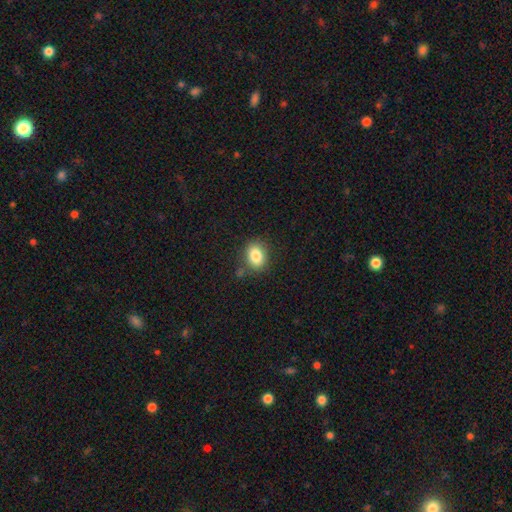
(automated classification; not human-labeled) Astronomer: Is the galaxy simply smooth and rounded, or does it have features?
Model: smooth — 85%.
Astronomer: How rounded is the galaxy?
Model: in between — 66%.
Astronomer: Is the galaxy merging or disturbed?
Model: none — 78%.